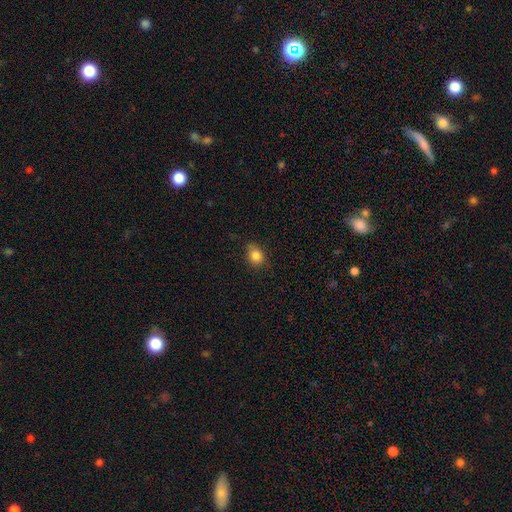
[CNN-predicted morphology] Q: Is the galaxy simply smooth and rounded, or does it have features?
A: smooth — 85%.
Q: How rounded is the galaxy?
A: in between — 50%.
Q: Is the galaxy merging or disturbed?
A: none — 69%.